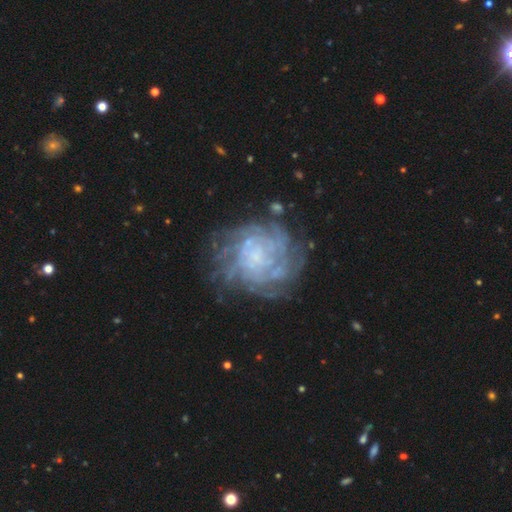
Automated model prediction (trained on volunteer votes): This is likely a featured or disk galaxy (79%). It is clearly not viewed edge-on (98%). Bar: likely no (74%). Spiral arm pattern: clearly yes (90%). Spiral arm count: marginally can't tell (39%). Spiral winding: likely tight (71%). Central bulge: possibly small (50%). Merging: likely none (71%).